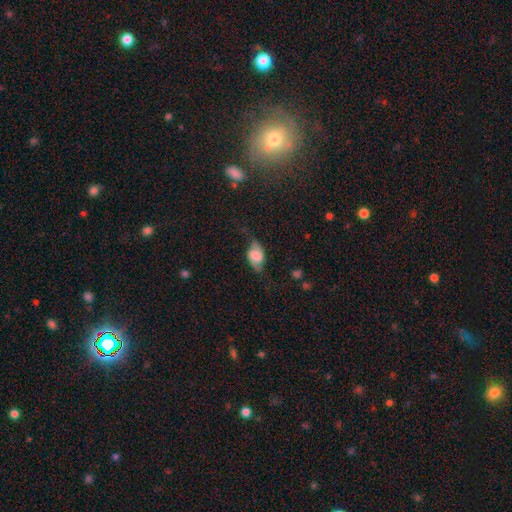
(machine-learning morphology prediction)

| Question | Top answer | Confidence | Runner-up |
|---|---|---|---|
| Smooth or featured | featured or disk | 45% | tied: smooth (45%) |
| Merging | none | 55% | minor disturbance (27%) |